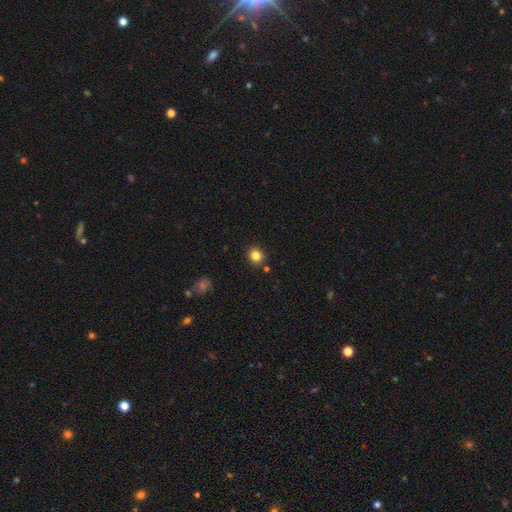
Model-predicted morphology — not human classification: A smooth galaxy with no disk features (83%) that is round (87%). Merging: none (88%).